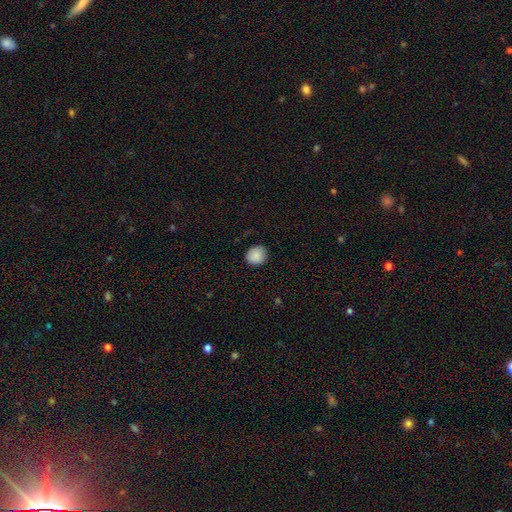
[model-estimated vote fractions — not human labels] Morphology: type=smooth (88%); roundness=round (83%); merging=none (85%).